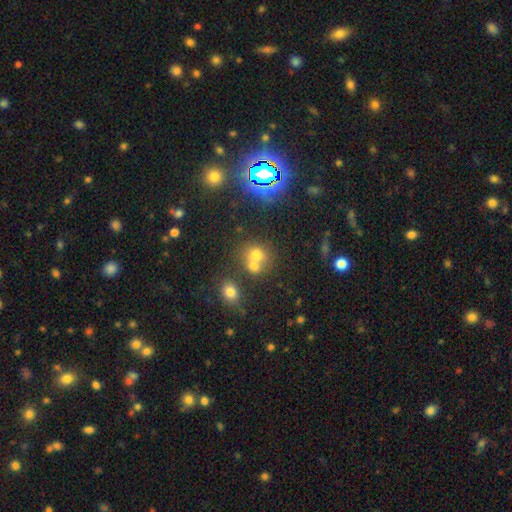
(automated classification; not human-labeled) Morphology: type=smooth (61%); roundness=round (74%); merging=merger (54%).